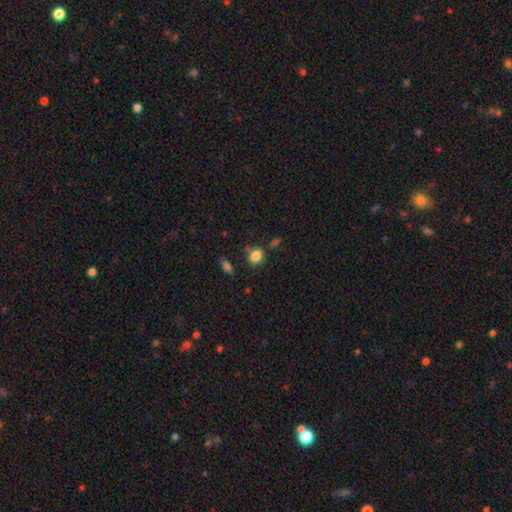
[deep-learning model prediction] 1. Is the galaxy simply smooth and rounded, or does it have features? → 84% smooth, 11% star or artifact, 6% featured or disk.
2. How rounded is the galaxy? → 53% in between, 46% round, 2% cigar-shaped.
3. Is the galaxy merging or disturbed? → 70% none, 18% minor disturbance, 7% merger, 5% major disturbance.